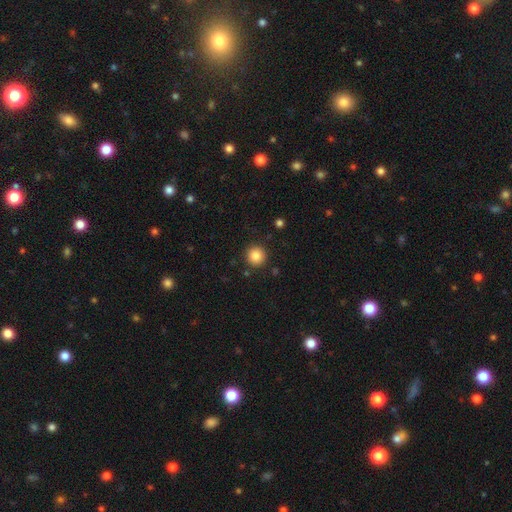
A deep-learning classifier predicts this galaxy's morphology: smooth 86%, star or artifact 10%, featured or disk 4%. Down the decision tree: how rounded — round (94%); merging — none (91%).